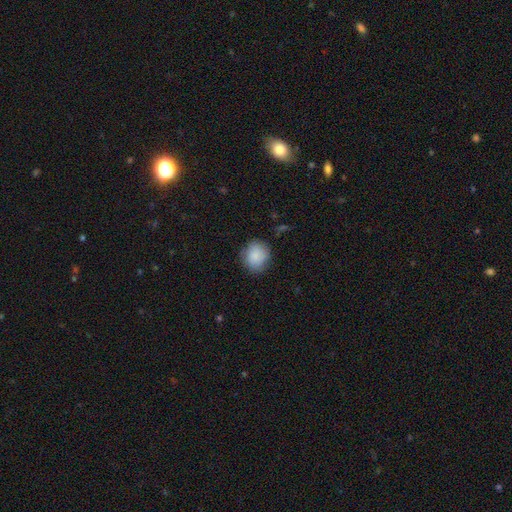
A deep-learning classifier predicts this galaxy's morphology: A smooth galaxy with no disk features (85%) that is round (76%).

Vote fractions:
- Smooth or featured? smooth: 85% / featured or disk: 7% / star or artifact: 7%
- How rounded? round: 76% / in between: 23% / cigar-shaped: 1%
- Merging? none: 79% / minor disturbance: 16% / major disturbance: 4% / merger: 1%